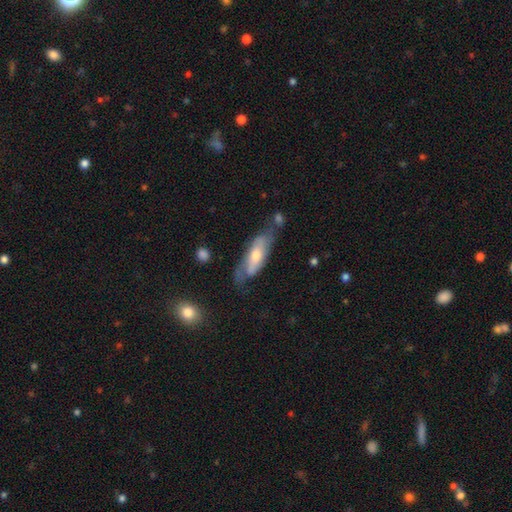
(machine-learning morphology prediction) type=featured or disk (61%); edge-on=no (73%); merging=none (56%).